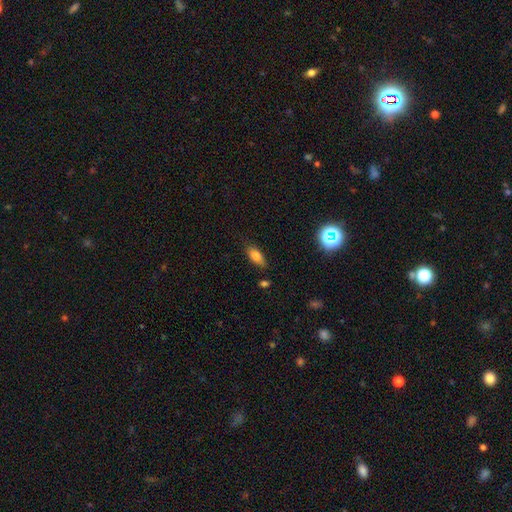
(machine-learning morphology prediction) smooth_or_featured: smooth (p=0.78) [alt: featured or disk p=0.11]
how_rounded: in between (p=0.83) [alt: cigar-shaped p=0.13]
merging: none (p=0.78) [alt: minor disturbance p=0.16]